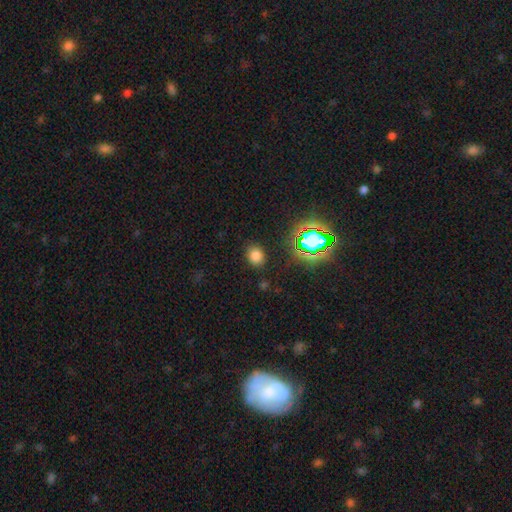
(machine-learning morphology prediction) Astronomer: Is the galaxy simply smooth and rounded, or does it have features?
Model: smooth — 74%.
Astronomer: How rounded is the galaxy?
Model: round — 54% (runner-up: in between, 45%).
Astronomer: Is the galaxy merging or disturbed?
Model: none — 85%.